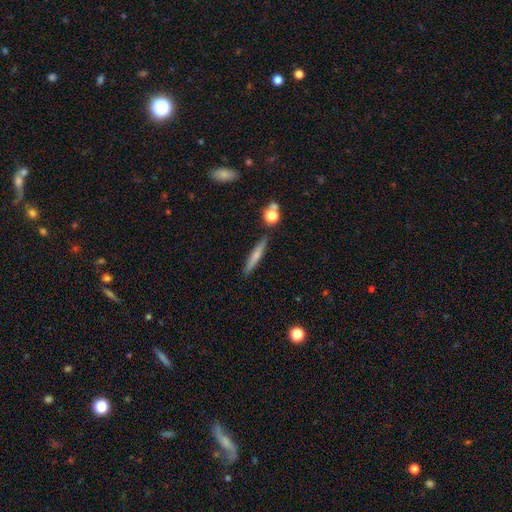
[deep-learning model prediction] smooth_or_featured: smooth (p=0.59) [alt: featured or disk p=0.34]
how_rounded: cigar-shaped (p=0.91) [alt: in between p=0.06]
merging: none (p=0.84) [alt: minor disturbance p=0.09]